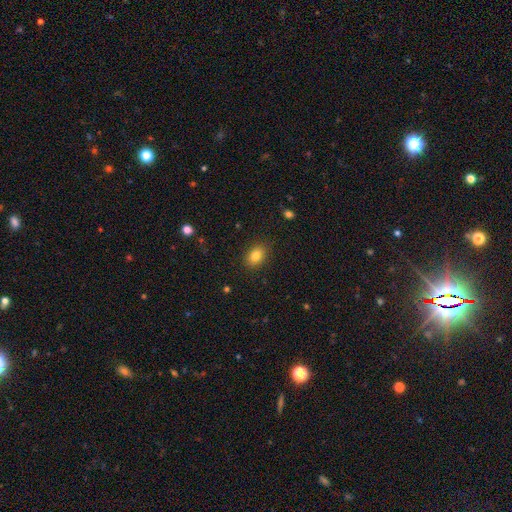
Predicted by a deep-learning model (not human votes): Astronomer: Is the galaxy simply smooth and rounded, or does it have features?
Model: smooth — 82%.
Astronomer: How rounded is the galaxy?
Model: in between — 71%.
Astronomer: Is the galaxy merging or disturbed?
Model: none — 87%.